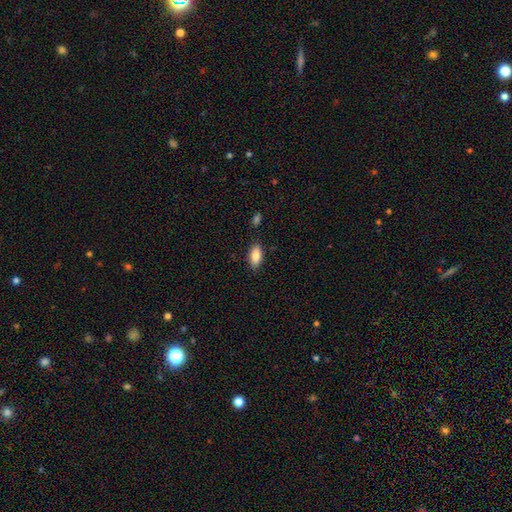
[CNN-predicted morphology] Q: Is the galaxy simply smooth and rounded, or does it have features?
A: smooth — 85%.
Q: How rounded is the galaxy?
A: in between — 87%.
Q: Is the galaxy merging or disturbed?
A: none — 85%.